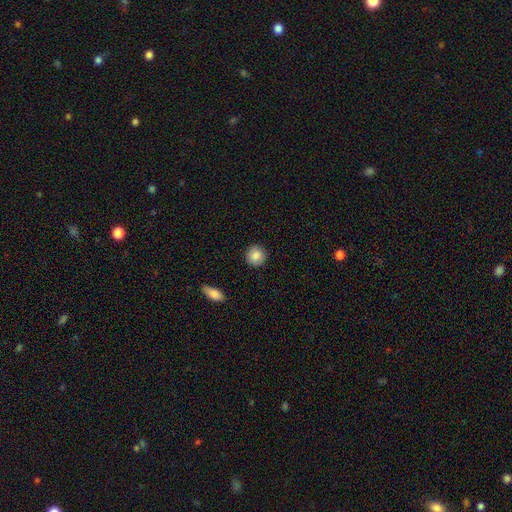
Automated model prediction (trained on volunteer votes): Smooth or featured?
  - smooth: 86% *
  - star or artifact: 8%
  - featured or disk: 6%
How rounded?
  - round: 92% *
  - in between: 7%
  - cigar-shaped: 1%
Merging?
  - none: 89% *
  - minor disturbance: 7%
  - major disturbance: 2%
  - merger: 1%